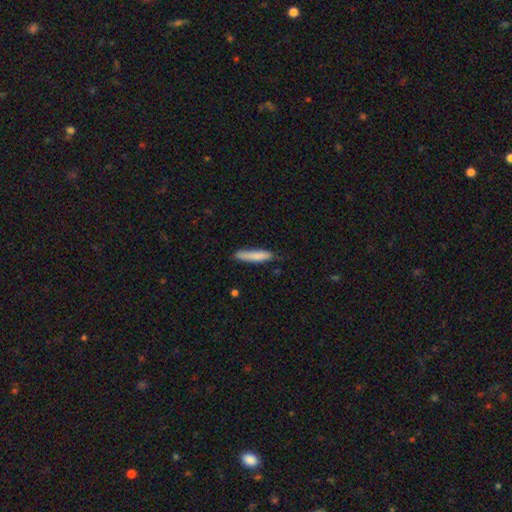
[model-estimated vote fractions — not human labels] Smooth or featured?
  - smooth: 83% *
  - featured or disk: 12%
  - star or artifact: 6%
How rounded?
  - cigar-shaped: 86% *
  - in between: 13%
  - round: 1%
Merging?
  - none: 73% *
  - minor disturbance: 21%
  - major disturbance: 3%
  - merger: 2%